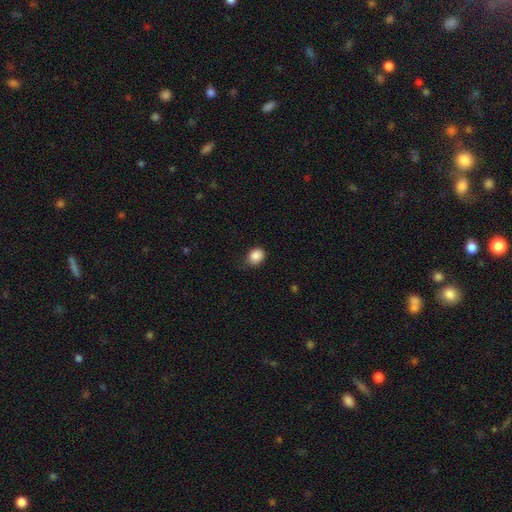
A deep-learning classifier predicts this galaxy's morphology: Overall: smooth (87%). How rounded: round (53%; in between 46%). Merging: none (69%).